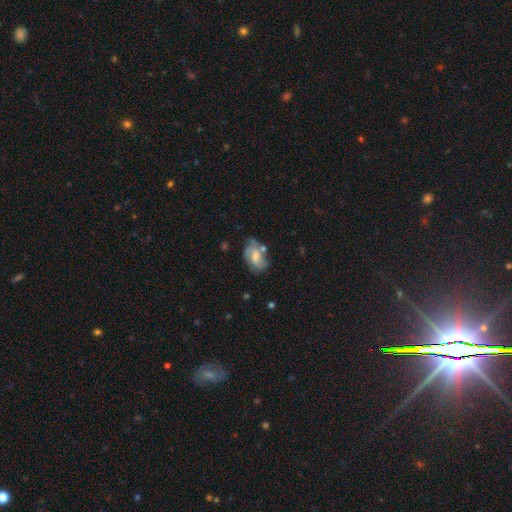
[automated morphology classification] Smooth or featured?
  - featured or disk: 47% *
  - smooth: 45%
  - star or artifact: 8%
Merging?
  - none: 46% *
  - minor disturbance: 29%
  - major disturbance: 15%
  - merger: 10%